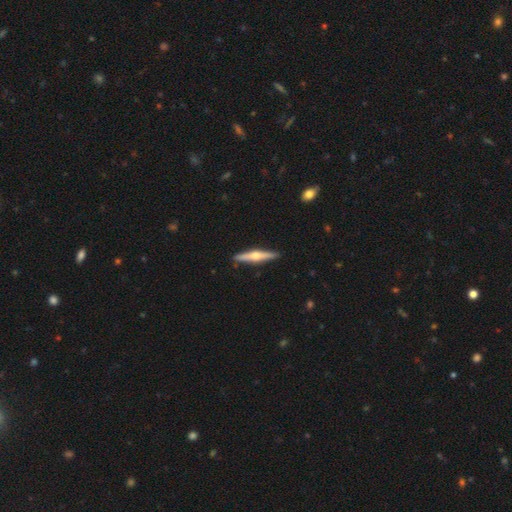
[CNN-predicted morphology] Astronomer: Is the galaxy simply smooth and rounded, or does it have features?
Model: featured or disk — 69%.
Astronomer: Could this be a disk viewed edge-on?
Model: yes — 97%.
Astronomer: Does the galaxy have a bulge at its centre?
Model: rounded — 94%.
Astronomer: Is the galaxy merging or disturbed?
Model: none — 91%.